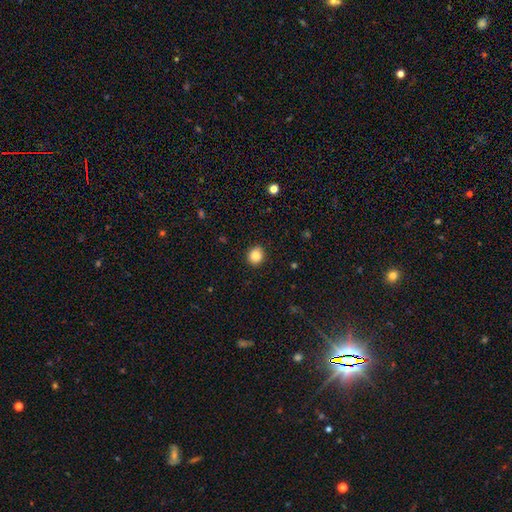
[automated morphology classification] A smooth galaxy with no disk features (86%) that is round (78%).

Vote fractions:
- Smooth or featured? smooth: 86% / star or artifact: 10% / featured or disk: 5%
- How rounded? round: 78% / in between: 21% / cigar-shaped: 1%
- Merging? none: 90% / minor disturbance: 7% / major disturbance: 2% / merger: 1%